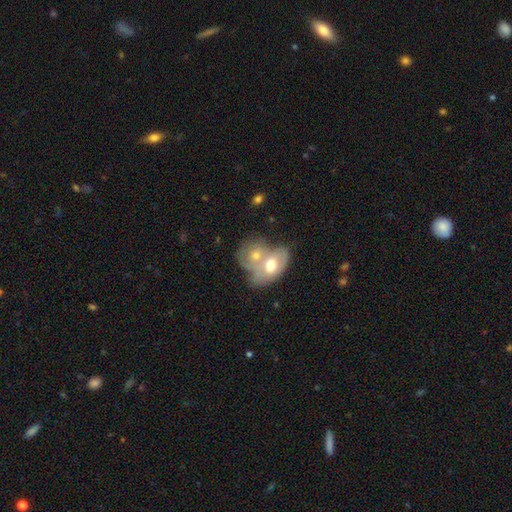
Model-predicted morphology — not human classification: A smooth galaxy with no disk features (53%) that is in between round and cigar-shaped (65%).

Vote fractions:
- Smooth or featured? smooth: 53% / featured or disk: 39% / star or artifact: 7%
- How rounded? in between: 65% / round: 33% / cigar-shaped: 2%
- Merging? merger: 74% / none: 13% / minor disturbance: 7% / major disturbance: 6%